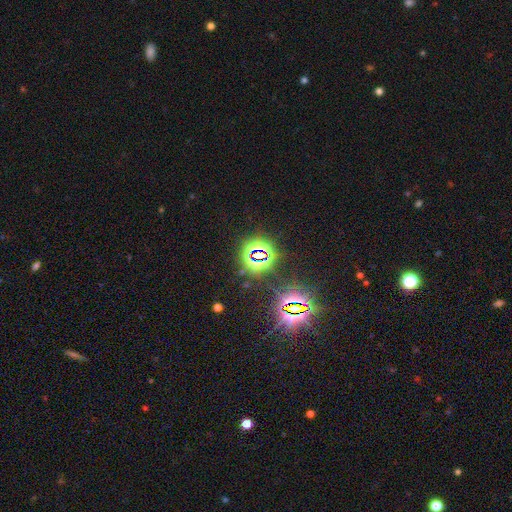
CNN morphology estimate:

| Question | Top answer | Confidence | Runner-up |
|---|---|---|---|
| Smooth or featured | star or artifact | 80% | smooth (12%) |